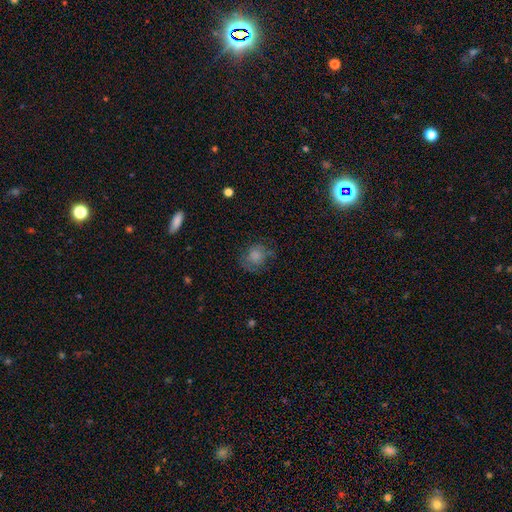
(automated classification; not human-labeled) smooth 77%, featured or disk 13%, star or artifact 10%. Down the decision tree: how rounded — round (77%); merging — none (66%).